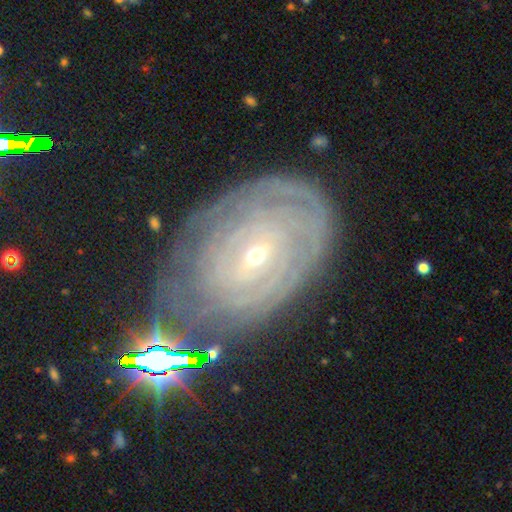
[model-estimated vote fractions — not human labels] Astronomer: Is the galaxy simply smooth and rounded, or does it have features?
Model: featured or disk — 78%.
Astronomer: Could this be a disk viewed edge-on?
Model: no — 95%.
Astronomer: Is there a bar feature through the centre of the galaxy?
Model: no — 52% (runner-up: weak, 35%).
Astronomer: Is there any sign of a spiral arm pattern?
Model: yes — 86%.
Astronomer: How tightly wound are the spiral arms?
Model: tight — 84%.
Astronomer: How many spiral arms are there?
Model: can't tell — 55%.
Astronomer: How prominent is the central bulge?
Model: small — 78%.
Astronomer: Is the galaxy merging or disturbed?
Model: none — 72%.